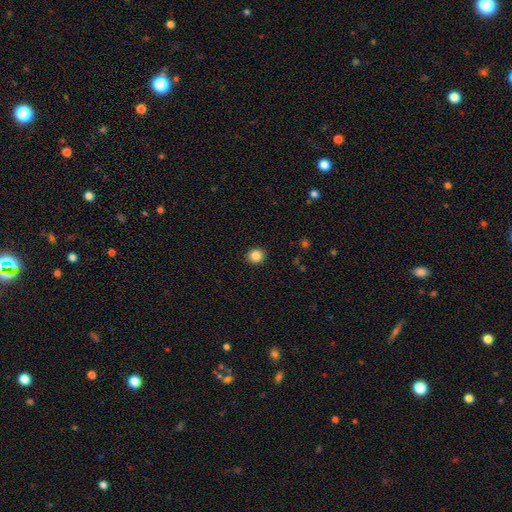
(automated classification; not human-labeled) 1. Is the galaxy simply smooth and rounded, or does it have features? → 86% smooth, 11% star or artifact, 4% featured or disk.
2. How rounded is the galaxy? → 85% round, 14% in between, 1% cigar-shaped.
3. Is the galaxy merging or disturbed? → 92% none, 5% minor disturbance, 2% major disturbance, 1% merger.